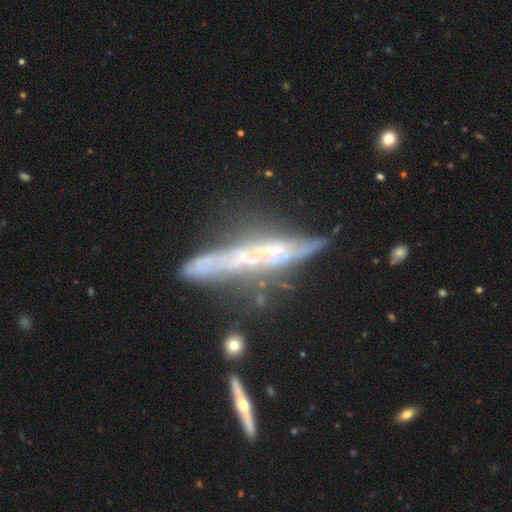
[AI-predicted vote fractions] smooth_or_featured: featured or disk (p=0.73) [alt: smooth p=0.17]
disk_edge_on: yes (p=0.85) [alt: no p=0.15]
edge_on_bulge: none (p=0.62) [alt: rounded p=0.24]
merging: none (p=0.52) [alt: minor disturbance p=0.23]